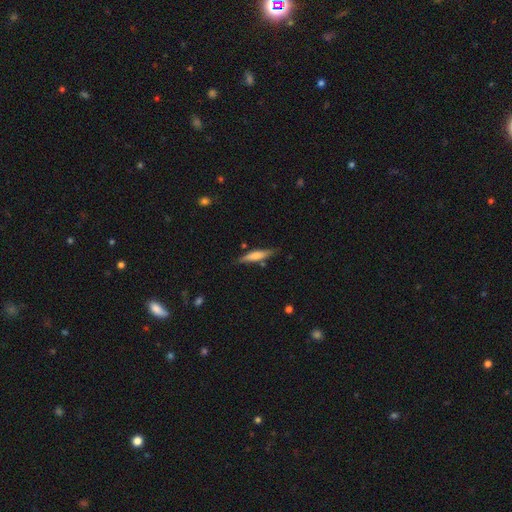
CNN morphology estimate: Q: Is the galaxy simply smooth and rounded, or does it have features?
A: smooth — 56%.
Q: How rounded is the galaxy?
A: cigar-shaped — 82%.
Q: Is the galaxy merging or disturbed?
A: none — 80%.